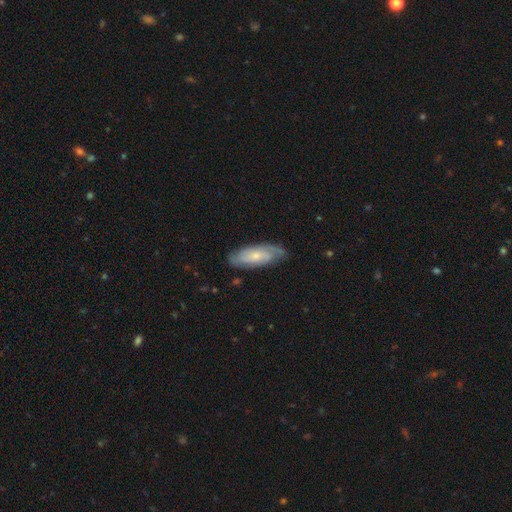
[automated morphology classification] A featured or disk galaxy (57%). Merging: none (74%).